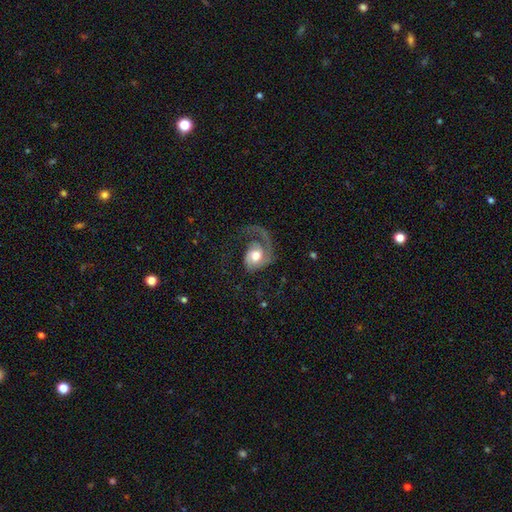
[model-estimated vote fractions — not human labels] Overall: featured or disk (75%). Edge-on disk: no (97%). Bar: no (73%). Spiral arms: yes (93%). Spiral arm count: 1 (82%). Spiral winding: loose (43%; medium 36%). Bulge size: moderate (59%; large 29%). Merging: major disturbance (45%; none 36%).